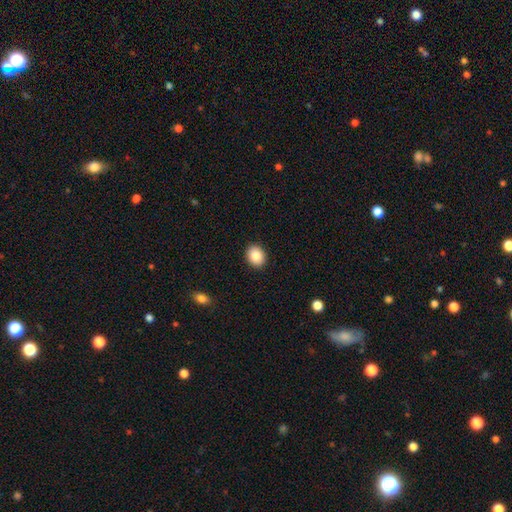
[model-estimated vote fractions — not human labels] smooth-or-featured: smooth: 86% | star or artifact: 8% | featured or disk: 6%
  how-rounded: round: 54% | in between: 45% | cigar-shaped: 1%
  merging: none: 91% | minor disturbance: 6% | major disturbance: 2% | merger: 1%